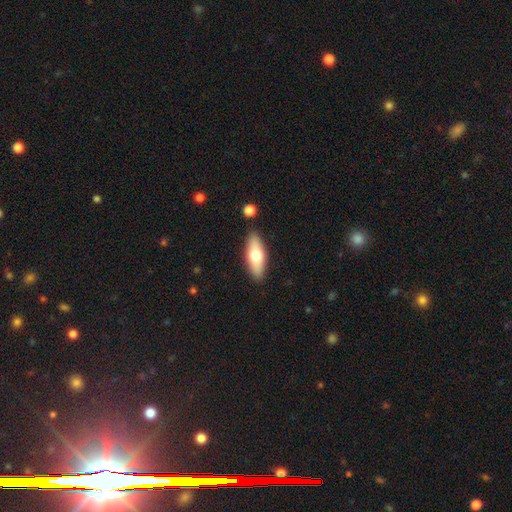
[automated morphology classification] A smooth galaxy with no disk features (66%) that is in between round and cigar-shaped (66%).

Vote fractions:
- Smooth or featured? smooth: 66% / featured or disk: 28% / star or artifact: 6%
- How rounded? in between: 66% / cigar-shaped: 31% / round: 3%
- Merging? none: 86% / minor disturbance: 9% / merger: 3% / major disturbance: 2%